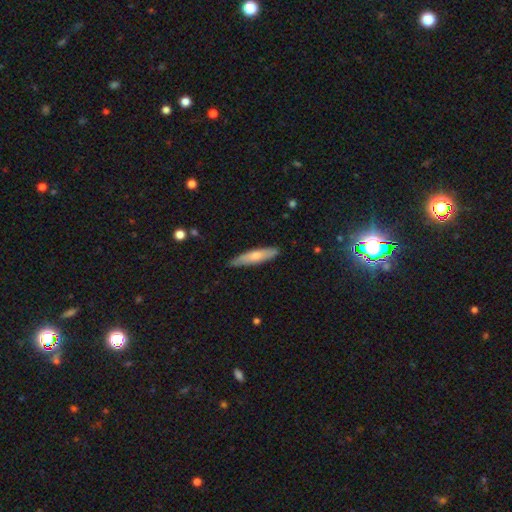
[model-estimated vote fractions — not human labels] Smooth or featured? smooth (60%)
How rounded? cigar-shaped (81%)
Merging? none (85%)